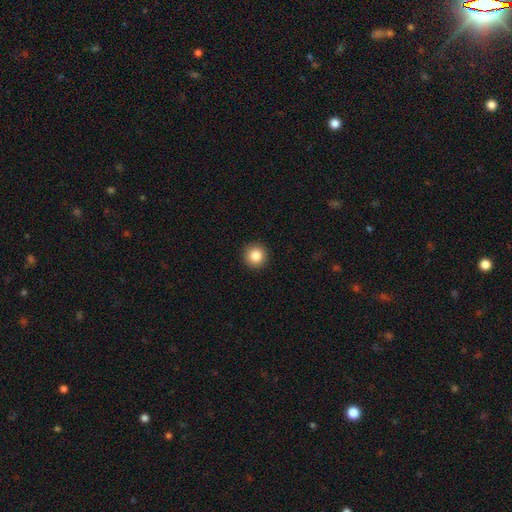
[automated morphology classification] smooth 85%, star or artifact 10%, featured or disk 5%. Down the decision tree: how rounded — round (95%); merging — none (93%).